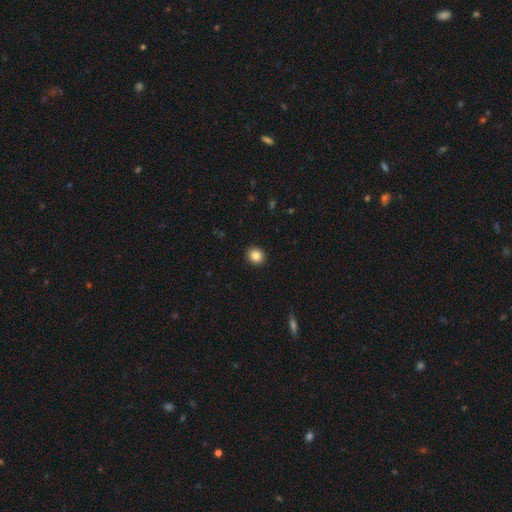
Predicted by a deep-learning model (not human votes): Smooth or featured?
  - smooth: 85% *
  - star or artifact: 10%
  - featured or disk: 5%
How rounded?
  - round: 87% *
  - in between: 12%
  - cigar-shaped: 1%
Merging?
  - none: 93% *
  - minor disturbance: 5%
  - major disturbance: 2%
  - merger: 1%